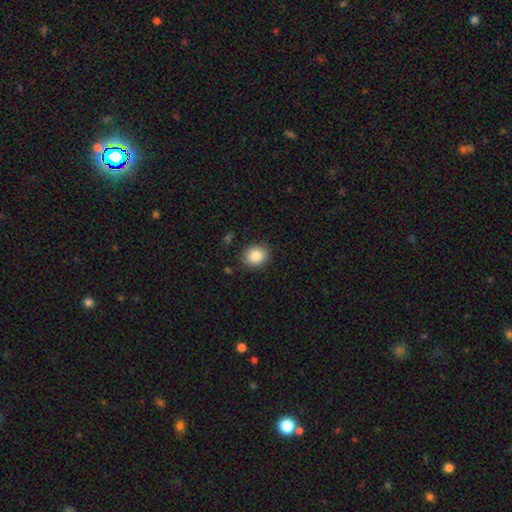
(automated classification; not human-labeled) smooth_or_featured: smooth (p=0.86) [alt: star or artifact p=0.09]
how_rounded: round (p=0.71) [alt: in between p=0.29]
merging: none (p=0.87) [alt: minor disturbance p=0.09]